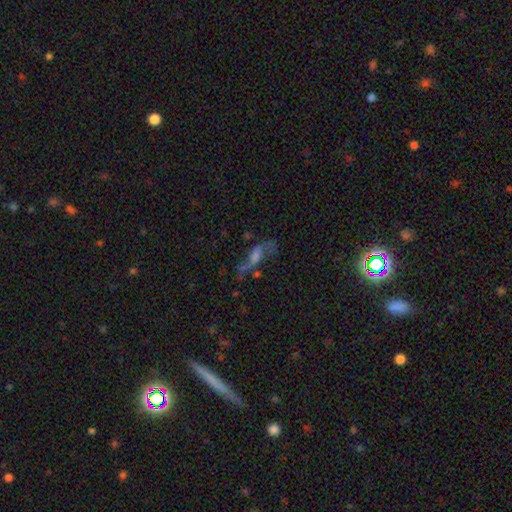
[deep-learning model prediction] Smooth or featured? featured or disk (53%)
Edge-on disk? no (78%)
Merging? none (40%)